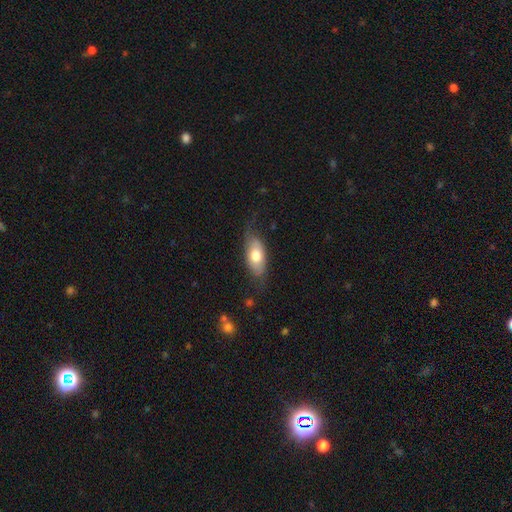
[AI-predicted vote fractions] smooth_or_featured: smooth (p=0.62) [alt: featured or disk p=0.32]
how_rounded: in between (p=0.87) [alt: cigar-shaped p=0.08]
merging: none (p=0.61) [alt: minor disturbance p=0.26]